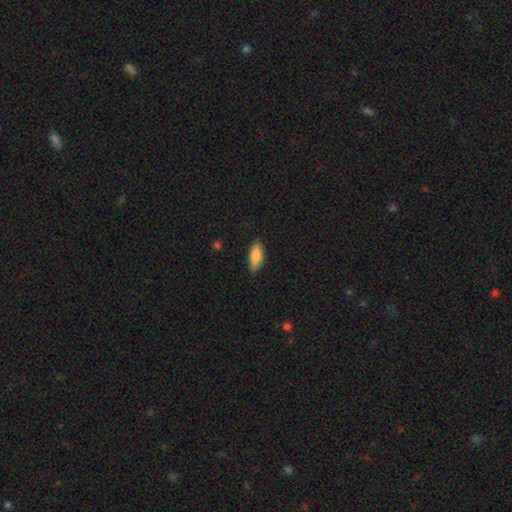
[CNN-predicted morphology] The model was most divided on "how rounded": in between: 79%, cigar-shaped: 18%, round: 2%. More confident: merging — none (84%); smooth or featured — smooth (82%).